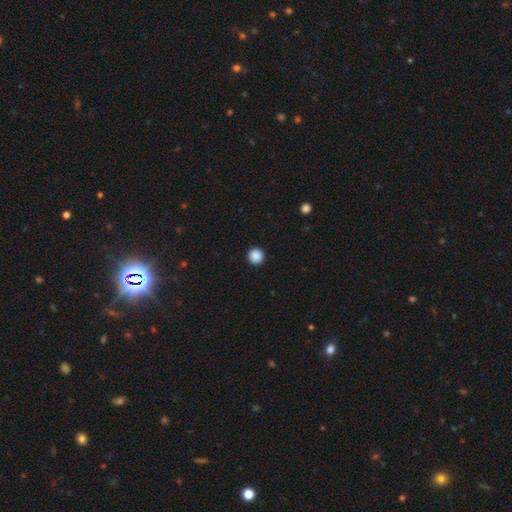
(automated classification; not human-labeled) Overall: smooth (89%). How rounded: round (96%). Merging: none (93%).